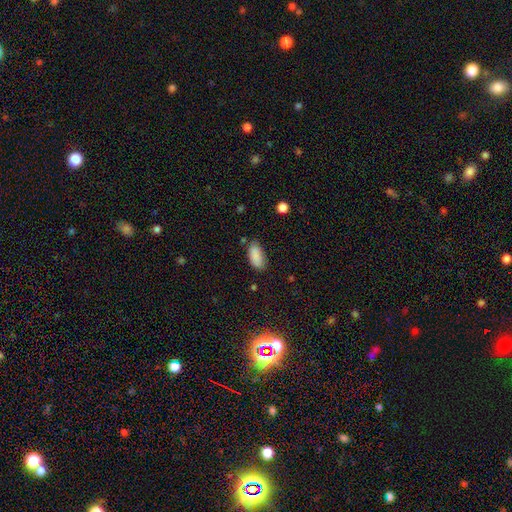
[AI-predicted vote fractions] Q: Smooth or featured?
A: smooth (88%); runner-up: star or artifact (8%)
Q: How rounded?
A: in between (89%); runner-up: cigar-shaped (9%)
Q: Merging?
A: none (73%); runner-up: minor disturbance (21%)